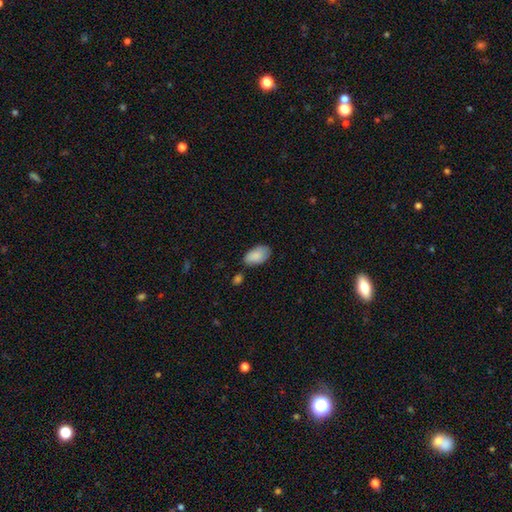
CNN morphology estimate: A smooth galaxy with no disk features (87%) that is in between round and cigar-shaped (94%). Merging: none (66%).